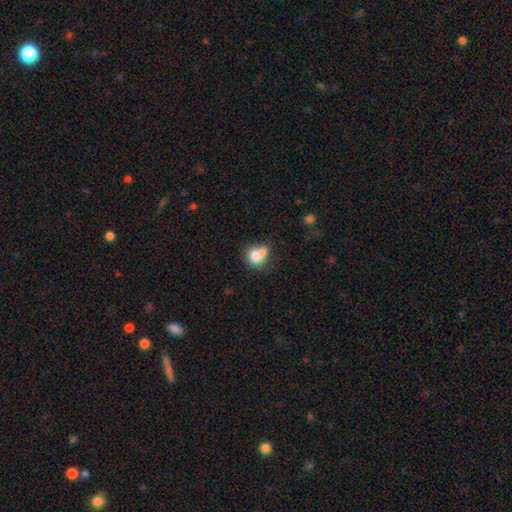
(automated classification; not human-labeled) Smooth or featured? smooth (75%)
How rounded? round (63%)
Merging? merger (33%, tied with none)